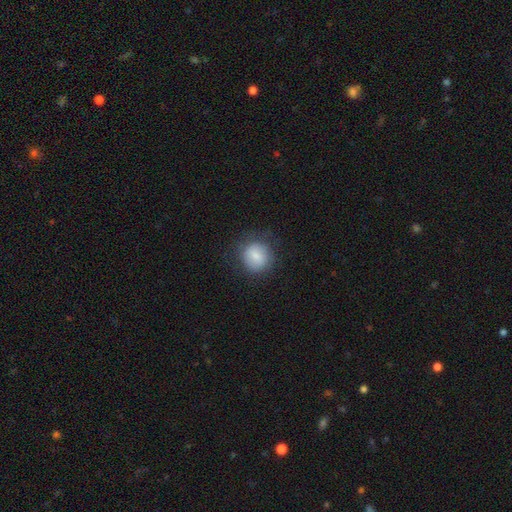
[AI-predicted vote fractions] Smooth or featured?
  - smooth: 78% *
  - featured or disk: 14%
  - star or artifact: 8%
How rounded?
  - round: 83% *
  - in between: 16%
  - cigar-shaped: 1%
Merging?
  - none: 74% *
  - minor disturbance: 17%
  - major disturbance: 8%
  - merger: 1%